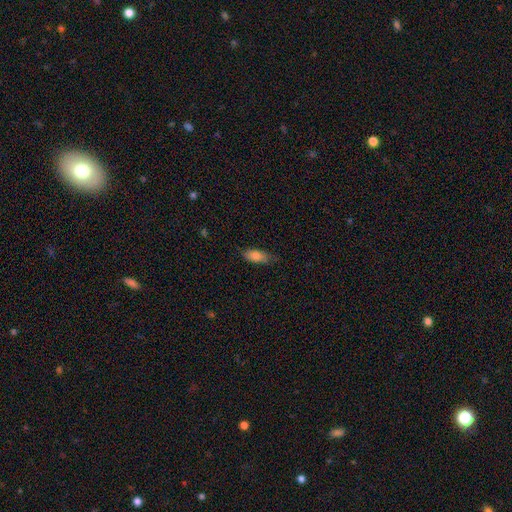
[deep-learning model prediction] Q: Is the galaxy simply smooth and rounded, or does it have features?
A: smooth — 79%.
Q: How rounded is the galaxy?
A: in between — 81%.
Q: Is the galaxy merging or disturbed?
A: none — 72%.